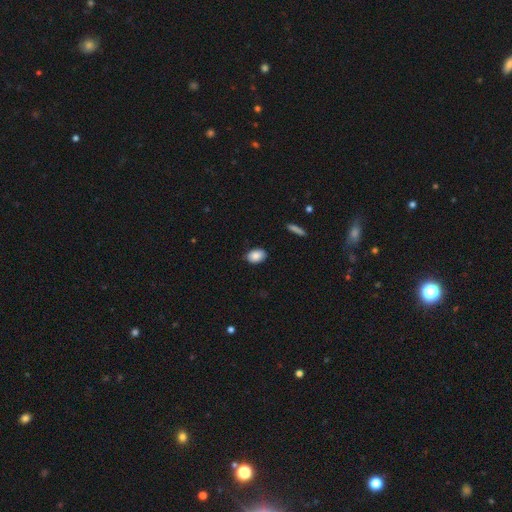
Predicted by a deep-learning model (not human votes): Morphology: type=smooth (87%); roundness=in between (82%); merging=none (86%).